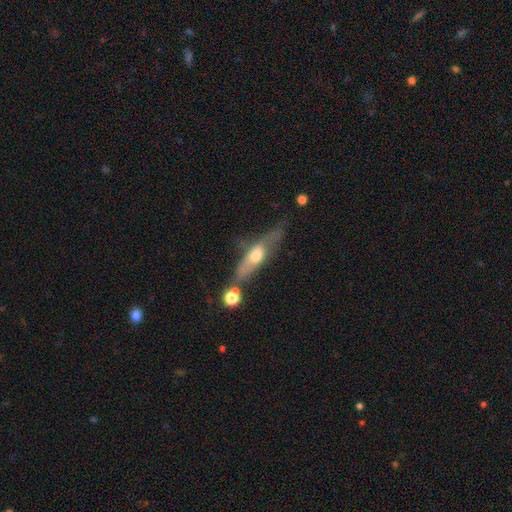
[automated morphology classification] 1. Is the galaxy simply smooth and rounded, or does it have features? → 53% featured or disk, 39% smooth, 8% star or artifact.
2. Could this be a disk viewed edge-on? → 70% yes, 30% no.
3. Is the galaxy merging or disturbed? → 53% none, 22% minor disturbance, 12% merger, 12% major disturbance.